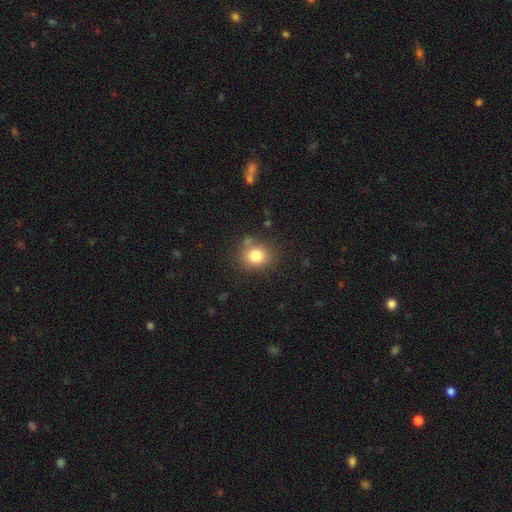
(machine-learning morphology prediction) Smooth or featured? smooth (80%)
How rounded? round (76%)
Merging? none (76%)